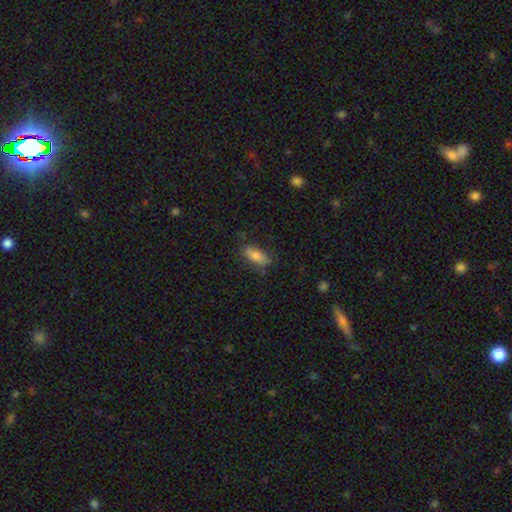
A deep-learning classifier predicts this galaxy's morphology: Overall: smooth (74%). How rounded: in between (80%). Merging: none (78%).